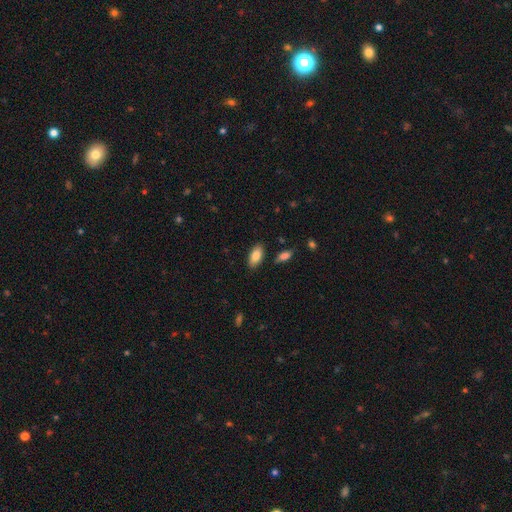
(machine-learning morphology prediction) This appears to be a smooth galaxy with no disk features (85%) that is in between round and cigar-shaped (92%). Merging: none (85%).